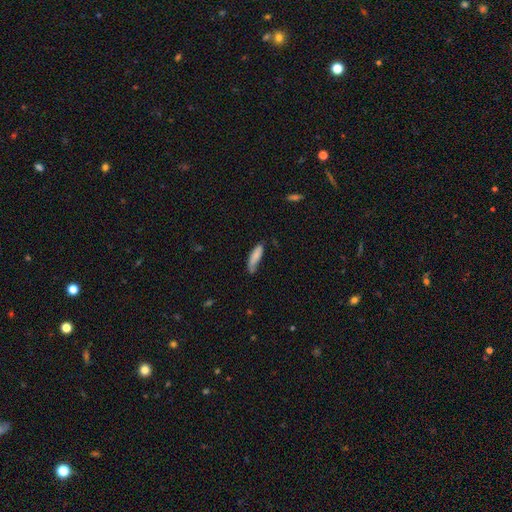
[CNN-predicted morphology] Q: Smooth or featured?
A: smooth (81%); runner-up: featured or disk (12%)
Q: How rounded?
A: cigar-shaped (57%); runner-up: in between (41%)
Q: Merging?
A: none (54%); runner-up: minor disturbance (32%)